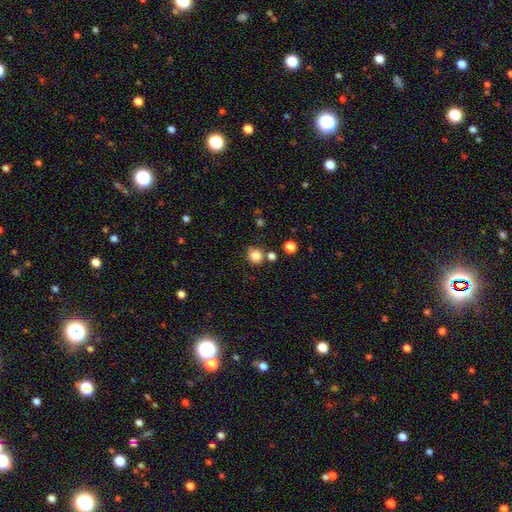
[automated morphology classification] Overall: smooth (84%). How rounded: round (91%). Merging: none (75%).